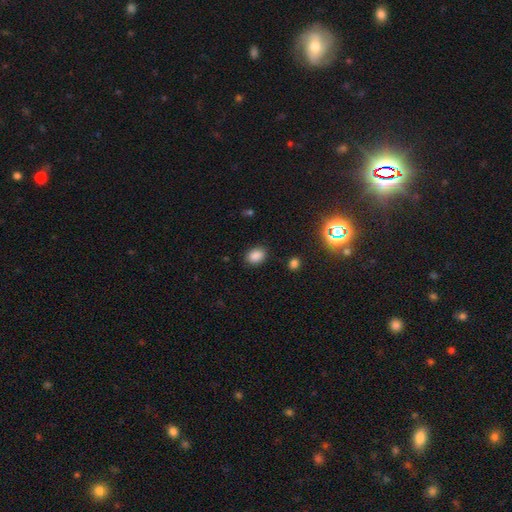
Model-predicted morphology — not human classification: Smooth or featured? smooth (85%)
How rounded? in between (71%)
Merging? none (85%)